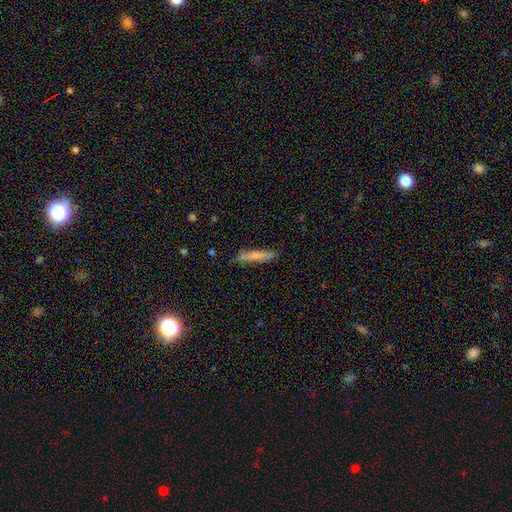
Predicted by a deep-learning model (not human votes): Smooth or featured?
  - smooth: 73% *
  - featured or disk: 21%
  - star or artifact: 6%
How rounded?
  - cigar-shaped: 91% *
  - in between: 7%
  - round: 1%
Merging?
  - none: 82% *
  - minor disturbance: 14%
  - major disturbance: 2%
  - merger: 2%